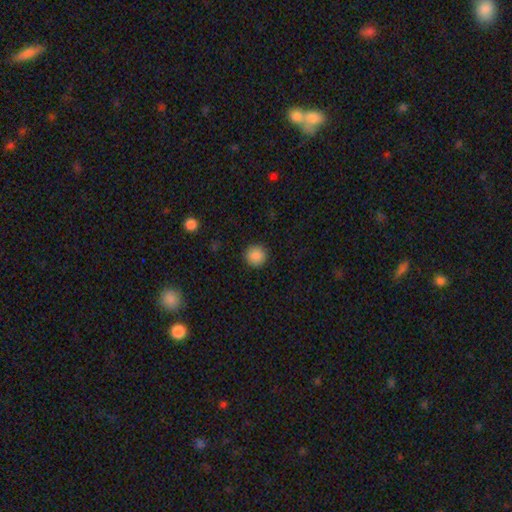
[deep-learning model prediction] A smooth galaxy with no disk features (88%) that is round (94%).

Vote fractions:
- Smooth or featured? smooth: 88% / star or artifact: 9% / featured or disk: 3%
- How rounded? round: 94% / in between: 5% / cigar-shaped: 1%
- Merging? none: 92% / minor disturbance: 5% / major disturbance: 2% / merger: 1%